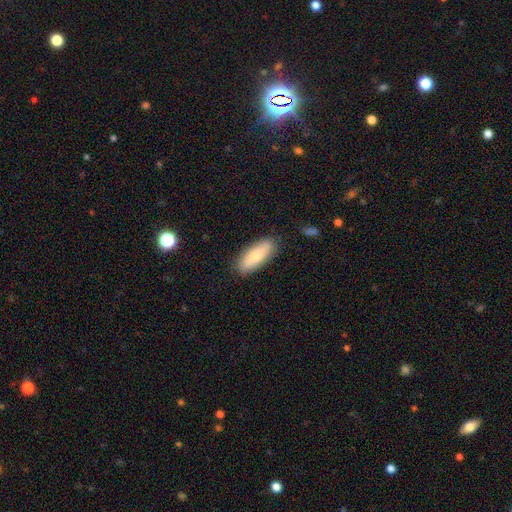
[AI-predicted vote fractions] Overall: smooth (74%). How rounded: in between (70%). Merging: none (85%).